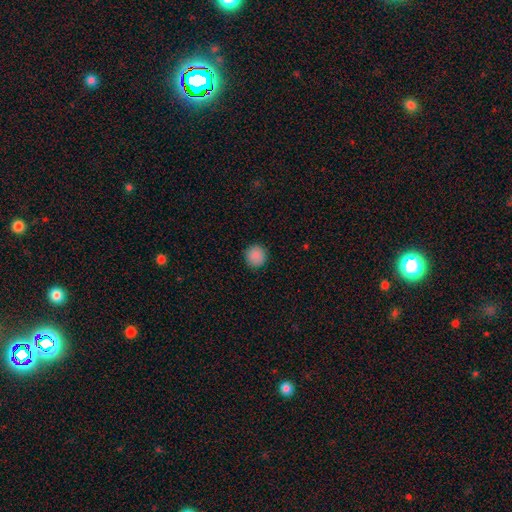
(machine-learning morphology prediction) Q: Smooth or featured?
A: smooth (89%); runner-up: star or artifact (8%)
Q: How rounded?
A: round (94%); runner-up: in between (5%)
Q: Merging?
A: none (92%); runner-up: minor disturbance (5%)